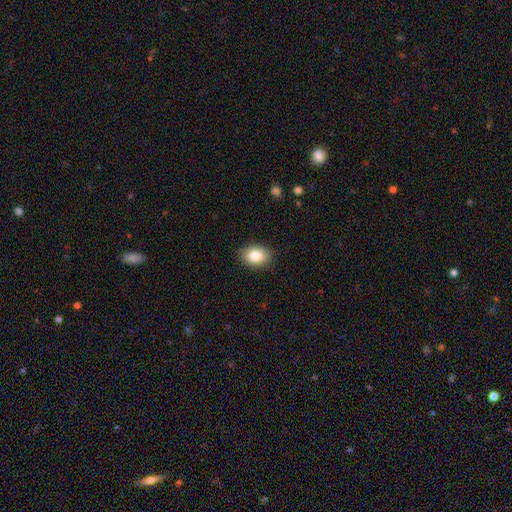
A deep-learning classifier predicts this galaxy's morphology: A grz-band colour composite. It shows a smooth galaxy with no disk features (84%) that is in between round and cigar-shaped (73%). Merging: none (88%).